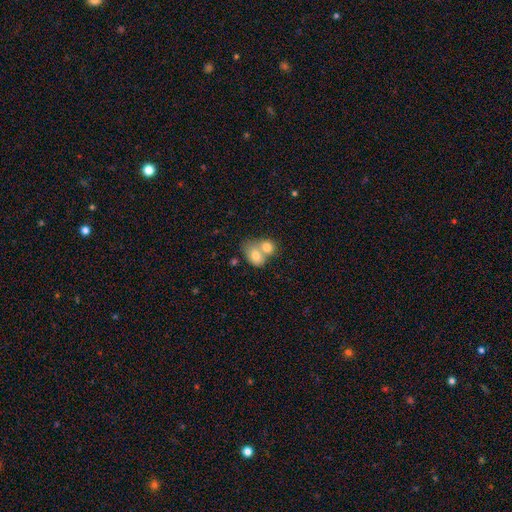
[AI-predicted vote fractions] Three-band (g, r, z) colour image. It shows a smooth galaxy with no disk features (74%) that is in between round and cigar-shaped (59%). Merging: merger (70%).